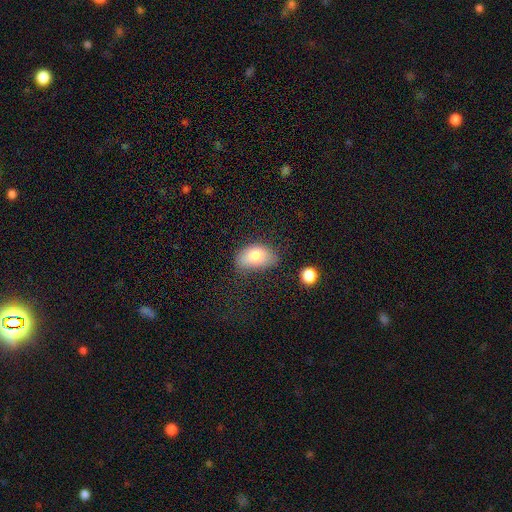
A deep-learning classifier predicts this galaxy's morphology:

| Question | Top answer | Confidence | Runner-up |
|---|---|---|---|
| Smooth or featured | smooth | 78% | featured or disk (14%) |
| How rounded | in between | 90% | round (8%) |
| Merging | none | 56% | minor disturbance (31%) |